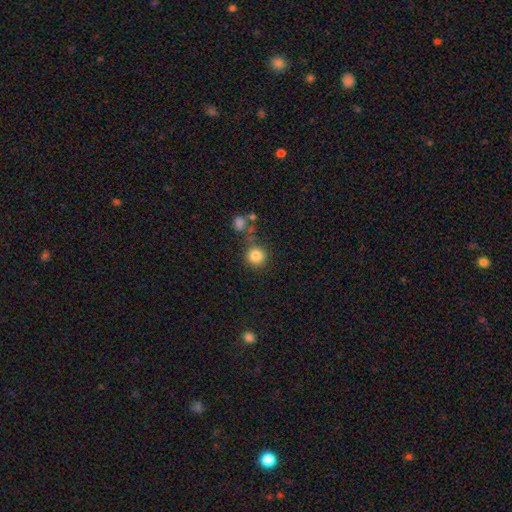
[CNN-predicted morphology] smooth 83%, star or artifact 11%, featured or disk 6%. Down the decision tree: how rounded — round (93%); merging — none (75%).